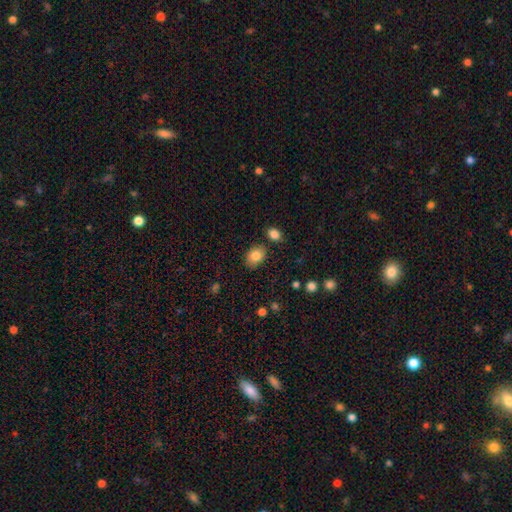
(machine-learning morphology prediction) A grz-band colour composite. It shows a smooth galaxy with no disk features (84%) that is in between round and cigar-shaped (66%). Merging: none (79%).